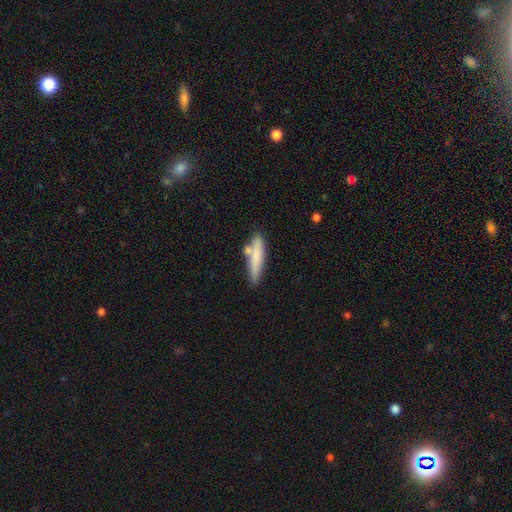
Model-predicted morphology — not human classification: Smooth or featured? smooth (74%)
How rounded? cigar-shaped (84%)
Merging? none (66%)